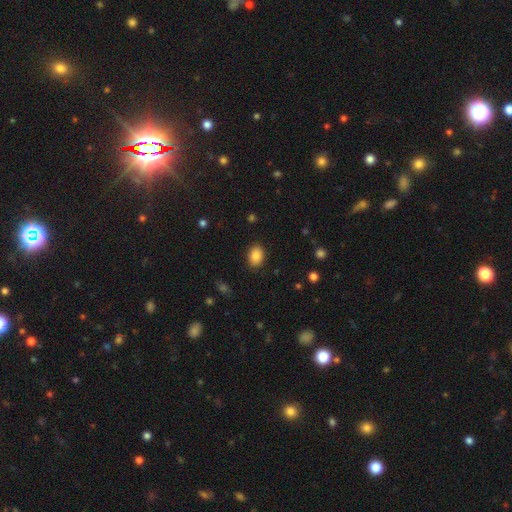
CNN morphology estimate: This appears to be a smooth galaxy with no disk features (86%) that is in between round and cigar-shaped (74%). Merging: none (88%).